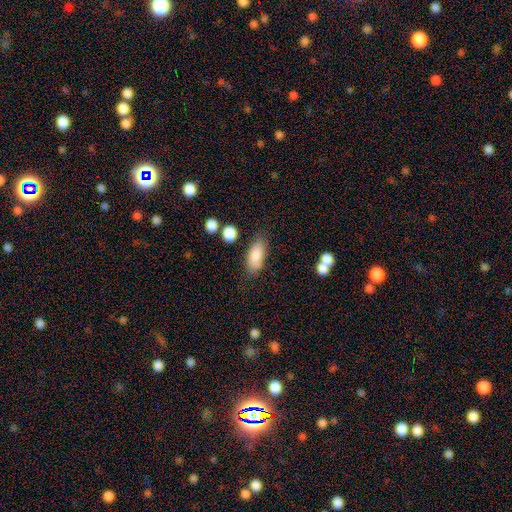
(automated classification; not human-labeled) A smooth galaxy with no disk features (85%) that is in between round and cigar-shaped (83%).

Vote fractions:
- Smooth or featured? smooth: 85% / featured or disk: 8% / star or artifact: 7%
- How rounded? in between: 83% / cigar-shaped: 14% / round: 3%
- Merging? none: 77% / minor disturbance: 15% / major disturbance: 4% / merger: 4%